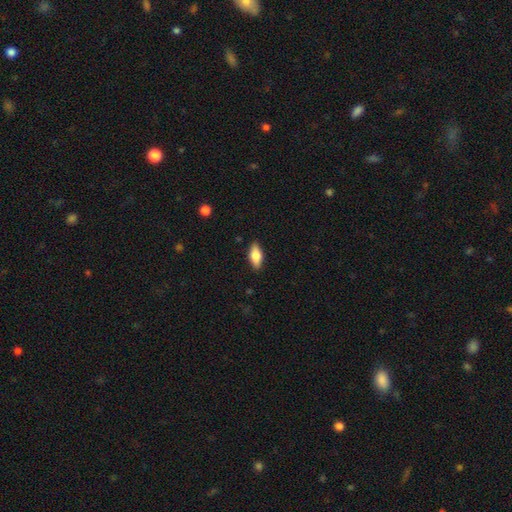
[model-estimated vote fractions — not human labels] A smooth galaxy with no disk features (74%) that is in between round and cigar-shaped (85%).

Vote fractions:
- Smooth or featured? smooth: 74% / featured or disk: 19% / star or artifact: 6%
- How rounded? in between: 85% / cigar-shaped: 12% / round: 3%
- Merging? none: 88% / minor disturbance: 9% / major disturbance: 2% / merger: 1%